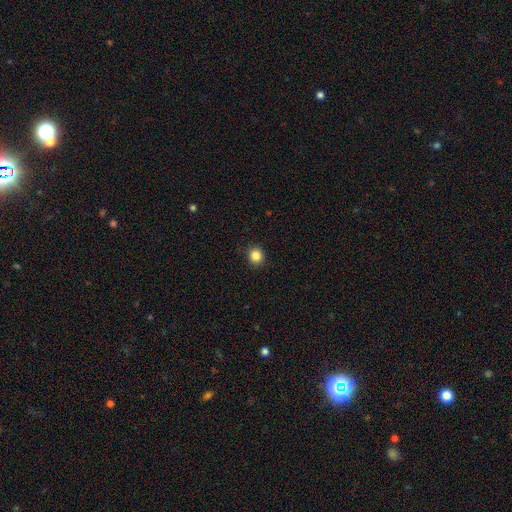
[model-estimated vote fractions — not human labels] The model was most divided on "smooth or featured": smooth: 85%, star or artifact: 11%, featured or disk: 4%. More confident: merging — none (91%); how rounded — round (90%).